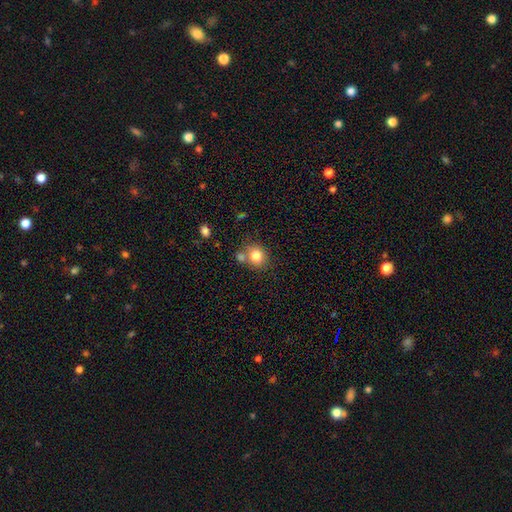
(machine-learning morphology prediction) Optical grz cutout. It shows a smooth galaxy with no disk features (81%) that is round (77%). Merging: none (61%).